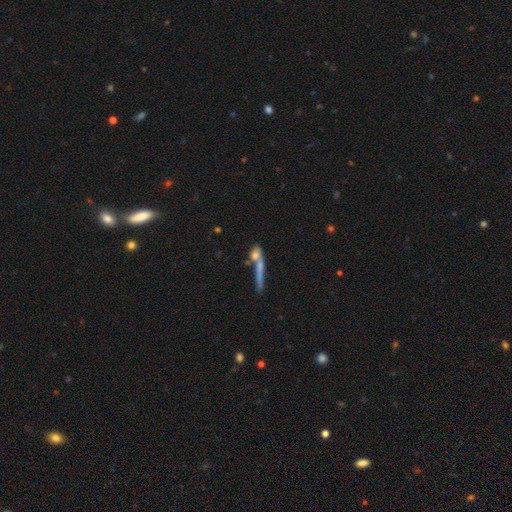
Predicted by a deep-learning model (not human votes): This appears to be a smooth galaxy with no disk features (59%) that is cigar-shaped (62%). Merging: none (44%).